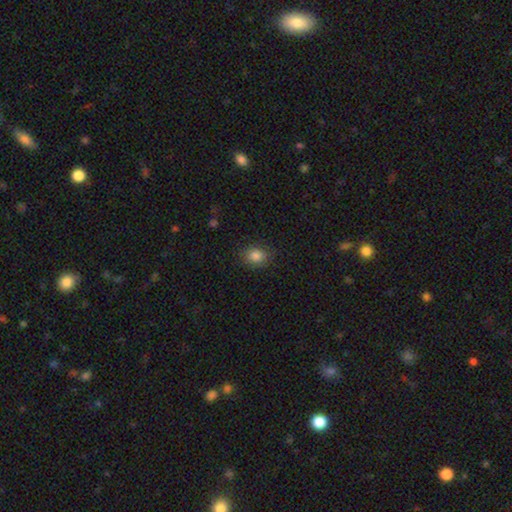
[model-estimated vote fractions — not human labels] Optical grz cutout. It shows a smooth galaxy with no disk features (85%) that is in between round and cigar-shaped (51%). Merging: none (84%).